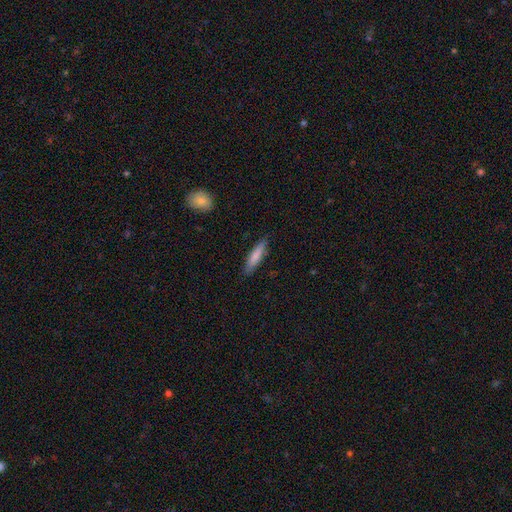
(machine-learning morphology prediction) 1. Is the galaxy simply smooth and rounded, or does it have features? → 78% smooth, 16% featured or disk, 6% star or artifact.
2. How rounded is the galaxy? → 83% cigar-shaped, 15% in between, 1% round.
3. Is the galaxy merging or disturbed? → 87% none, 10% minor disturbance, 2% major disturbance, 1% merger.